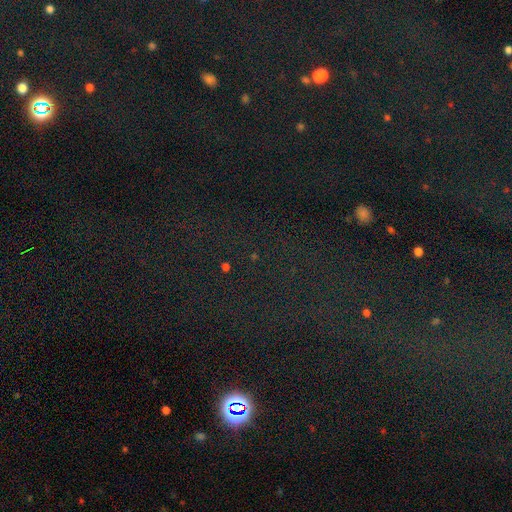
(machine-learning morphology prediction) A star or artifact, not a galaxy (78%).